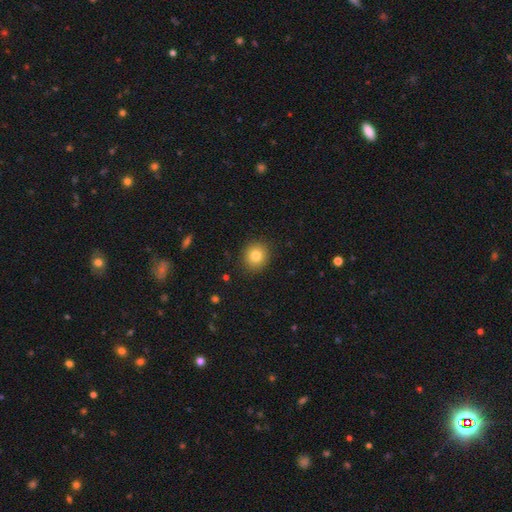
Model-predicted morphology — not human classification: Smooth or featured: smooth — 81% (star or artifact — 10%)
How rounded: round — 87% (in between — 12%)
Merging: none — 90% (minor disturbance — 7%)